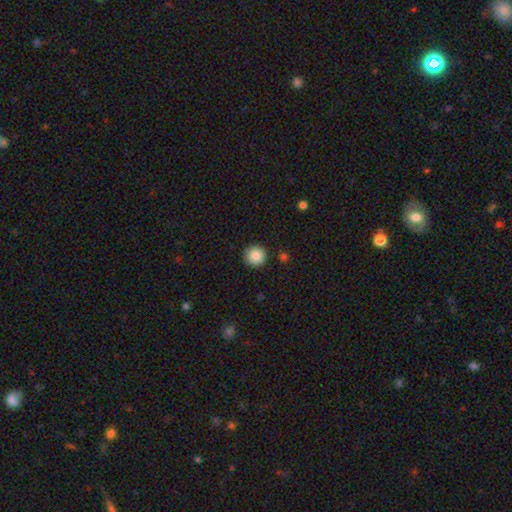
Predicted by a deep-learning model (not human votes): This is clearly a smooth galaxy (87%). How rounded: clearly round (96%). Merging: clearly none (90%).